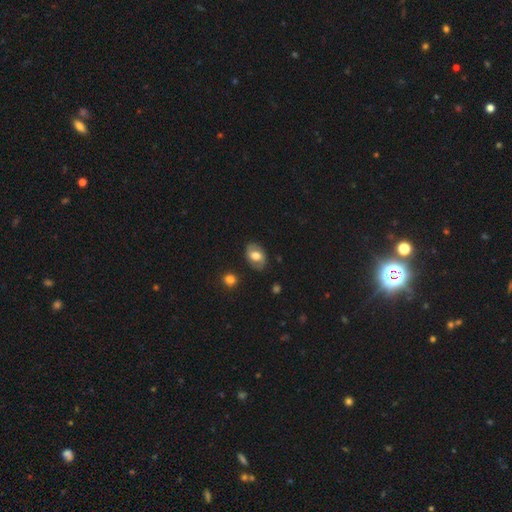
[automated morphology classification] The model was most divided on "smooth or featured": smooth: 60%, featured or disk: 33%, star or artifact: 8%. More confident: how rounded — in between (83%); merging — none (82%).